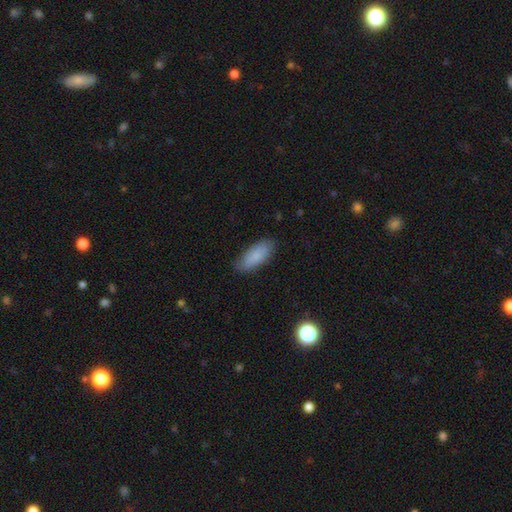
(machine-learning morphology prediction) A smooth galaxy with no disk features (83%) that is in between round and cigar-shaped (81%). Merging: none (81%).